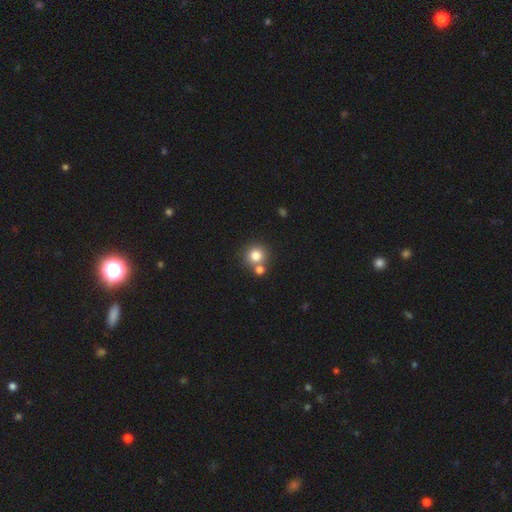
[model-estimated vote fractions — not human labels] This is likely a smooth galaxy (79%). How rounded: clearly round (91%). Merging: likely none (64%).